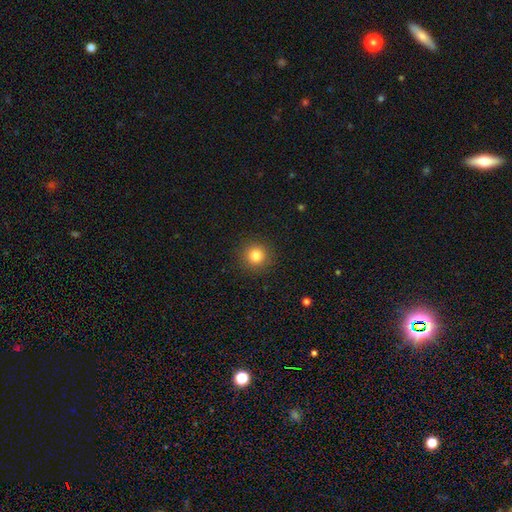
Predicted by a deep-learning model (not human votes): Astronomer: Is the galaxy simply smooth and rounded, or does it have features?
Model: smooth — 84%.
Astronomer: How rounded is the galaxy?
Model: round — 94%.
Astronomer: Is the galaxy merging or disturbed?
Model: none — 91%.